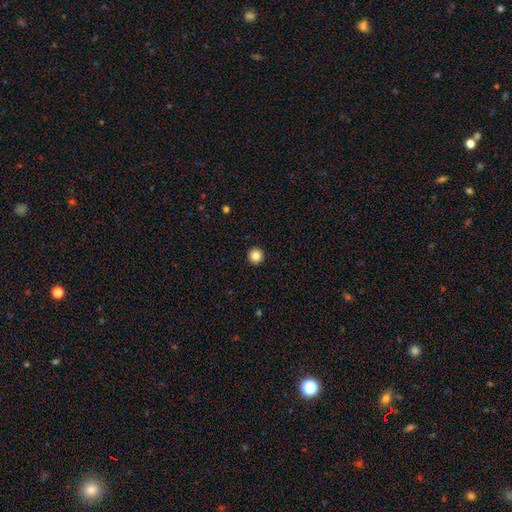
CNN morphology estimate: A smooth galaxy with no disk features (85%) that is round (96%). Merging: none (94%).